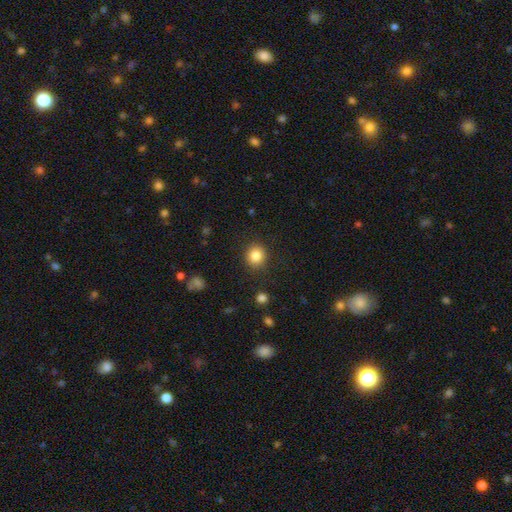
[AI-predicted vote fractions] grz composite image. It shows a smooth galaxy with no disk features (84%) that is round (87%). Merging: none (89%).